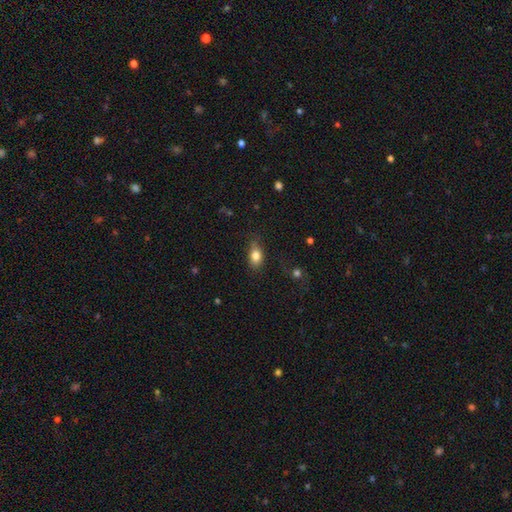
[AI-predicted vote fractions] A smooth galaxy with no disk features (82%) that is in between round and cigar-shaped (82%).

Vote fractions:
- Smooth or featured? smooth: 82% / featured or disk: 10% / star or artifact: 9%
- How rounded? in between: 82% / round: 13% / cigar-shaped: 5%
- Merging? none: 71% / minor disturbance: 22% / major disturbance: 6% / merger: 2%